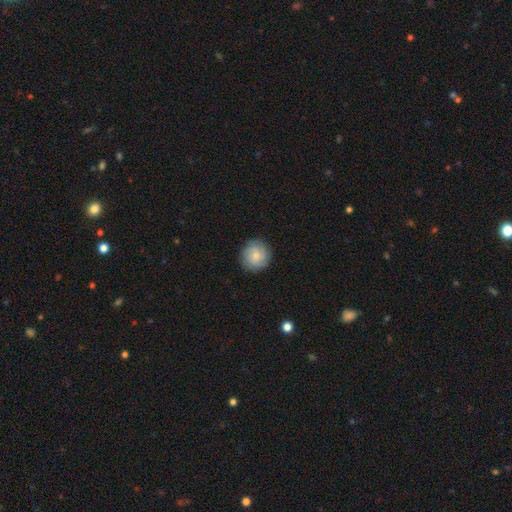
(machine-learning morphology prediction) A smooth galaxy with no disk features (52%) that is round (92%).

Vote fractions:
- Smooth or featured? smooth: 52% / featured or disk: 40% / star or artifact: 8%
- How rounded? round: 92% / in between: 7% / cigar-shaped: 1%
- Merging? none: 86% / minor disturbance: 10% / major disturbance: 3% / merger: 1%